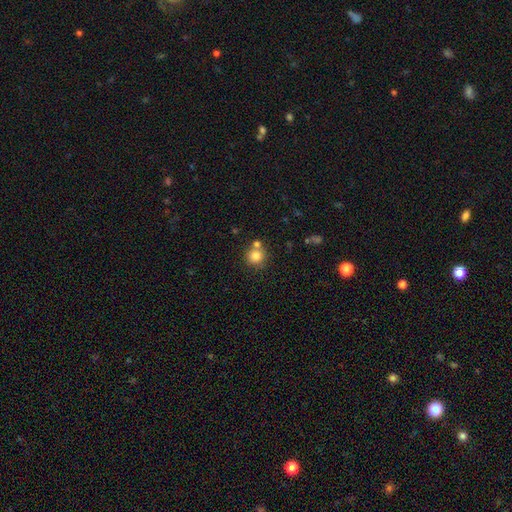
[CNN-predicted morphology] smooth-or-featured: smooth: 81% | star or artifact: 11% | featured or disk: 8%
  how-rounded: round: 92% | in between: 7% | cigar-shaped: 1%
  merging: none: 67% | merger: 22% | minor disturbance: 9% | major disturbance: 3%